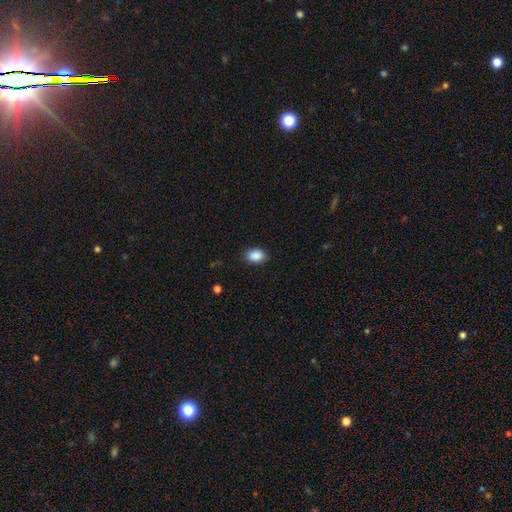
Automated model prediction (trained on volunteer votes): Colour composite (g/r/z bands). It shows a smooth galaxy with no disk features (89%) that is in between round and cigar-shaped (76%). Merging: none (86%).